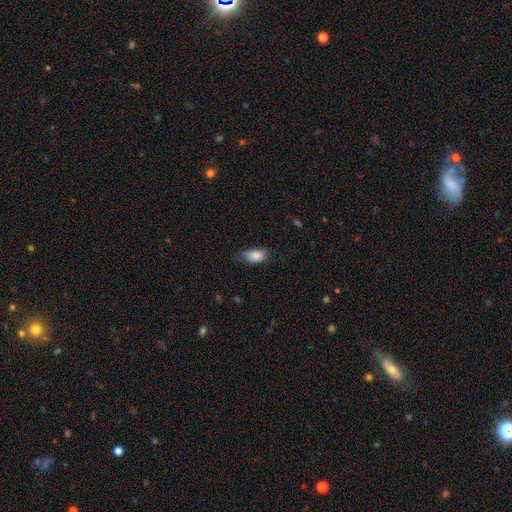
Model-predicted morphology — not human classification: Smooth or featured?
  - smooth: 84% *
  - featured or disk: 9%
  - star or artifact: 7%
How rounded?
  - in between: 90% *
  - round: 5%
  - cigar-shaped: 4%
Merging?
  - none: 52% *
  - minor disturbance: 36%
  - major disturbance: 11%
  - merger: 1%